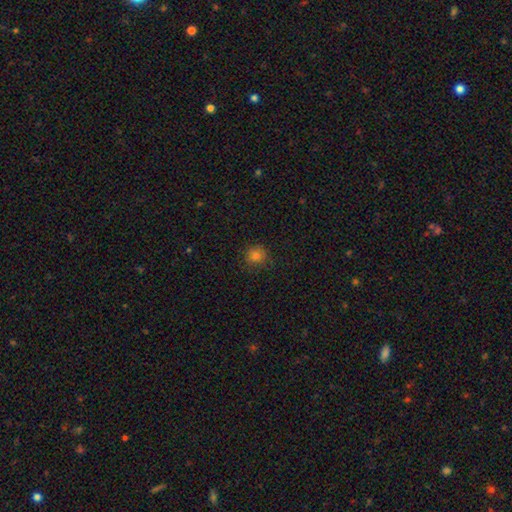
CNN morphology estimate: Q: Smooth or featured?
A: smooth (80%); runner-up: star or artifact (15%)
Q: How rounded?
A: round (90%); runner-up: in between (9%)
Q: Merging?
A: none (86%); runner-up: minor disturbance (10%)